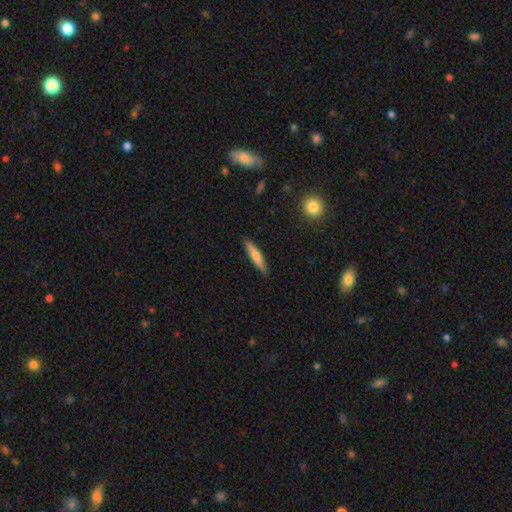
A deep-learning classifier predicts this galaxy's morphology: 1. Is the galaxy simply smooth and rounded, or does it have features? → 65% smooth, 29% featured or disk, 6% star or artifact.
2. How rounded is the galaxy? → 87% cigar-shaped, 12% in between, 2% round.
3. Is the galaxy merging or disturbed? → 89% none, 8% minor disturbance, 2% major disturbance, 1% merger.